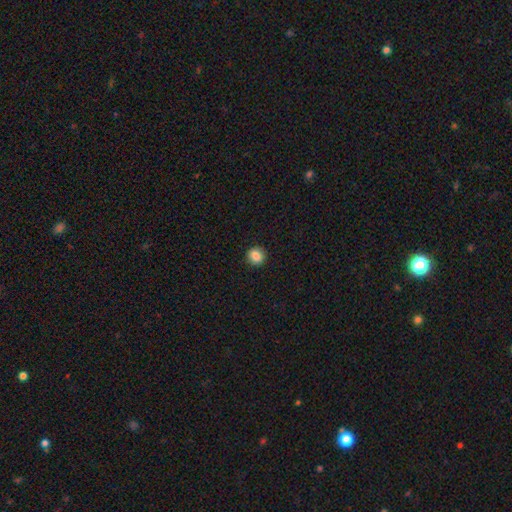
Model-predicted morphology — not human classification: This appears to be a smooth galaxy with no disk features (86%) that is round (88%). Merging: none (92%).